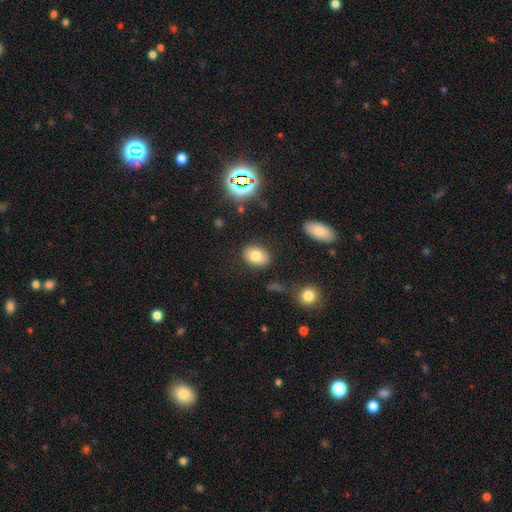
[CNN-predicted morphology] This is likely a smooth galaxy (78%). How rounded: likely in between (72%). Merging: clearly none (83%).